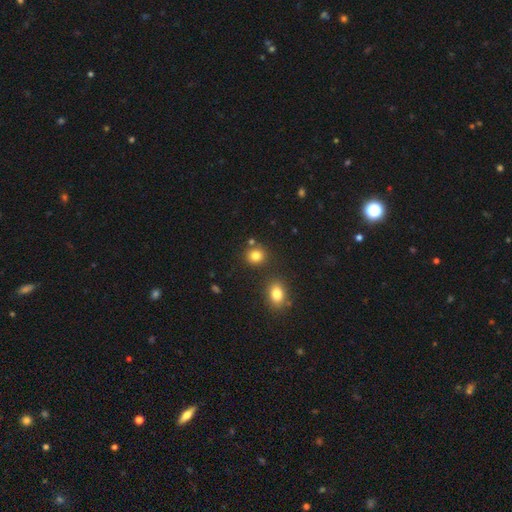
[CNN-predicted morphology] type=smooth (82%); roundness=round (84%); merging=none (80%).